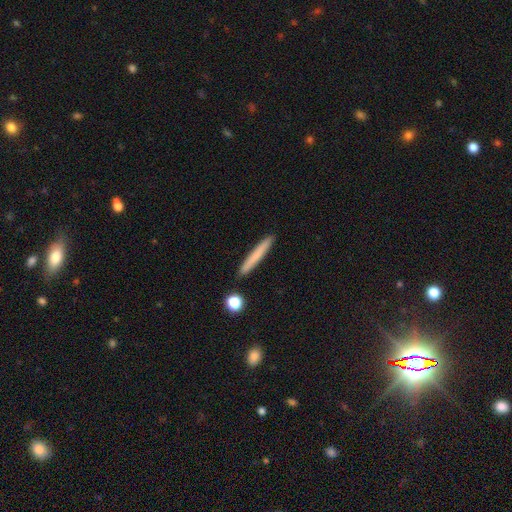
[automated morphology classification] Smooth or featured? smooth (72%)
How rounded? cigar-shaped (96%)
Merging? none (91%)